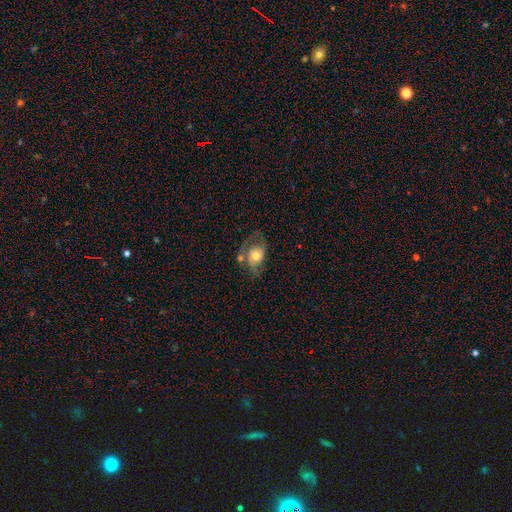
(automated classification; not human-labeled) Smooth or featured? Predicted: smooth (p=0.48). Merging? Predicted: none (p=0.33).